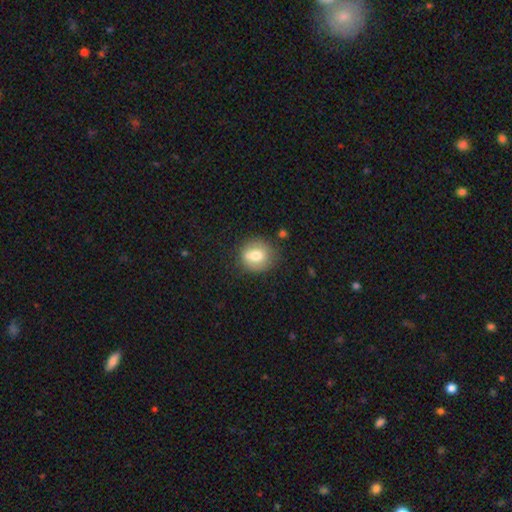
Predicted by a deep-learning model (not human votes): Morphology: type=smooth (70%); roundness=round (80%); merging=none (70%).